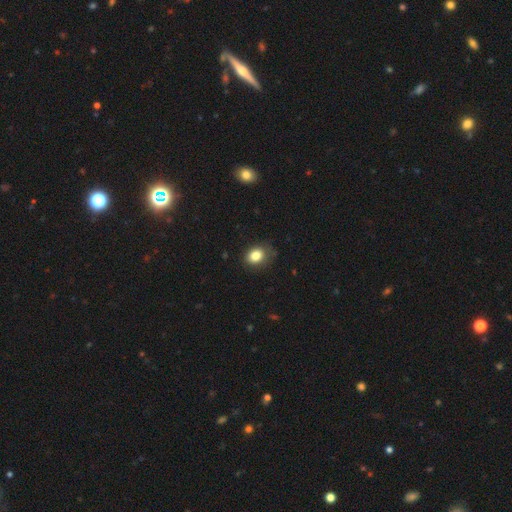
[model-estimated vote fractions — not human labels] smooth 83%, star or artifact 9%, featured or disk 7%. Down the decision tree: how rounded — in between (61%); merging — none (73%).